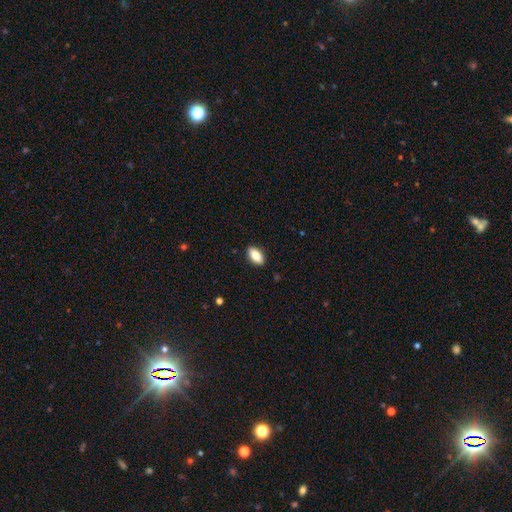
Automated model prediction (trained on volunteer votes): Morphology: type=smooth (82%); roundness=in between (89%); merging=none (89%).